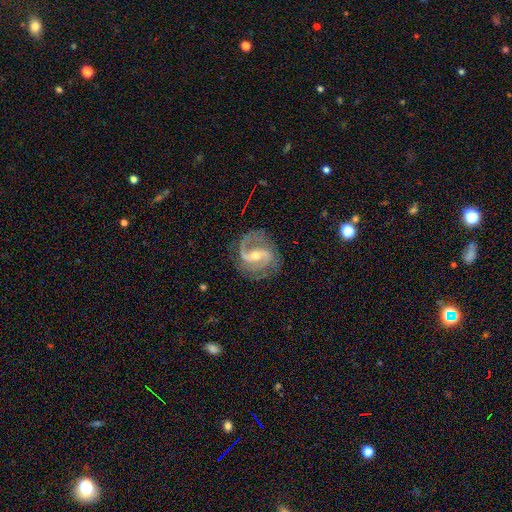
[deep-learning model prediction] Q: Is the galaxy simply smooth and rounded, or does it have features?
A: featured or disk — 91%.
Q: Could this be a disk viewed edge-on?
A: no — 98%.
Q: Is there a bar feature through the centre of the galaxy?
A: weak — 44%.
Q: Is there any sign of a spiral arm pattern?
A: yes — 98%.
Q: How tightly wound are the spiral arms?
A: medium — 56%.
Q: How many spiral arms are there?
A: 2 — 81%.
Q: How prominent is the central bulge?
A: small — 52%.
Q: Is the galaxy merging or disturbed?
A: none — 76%.